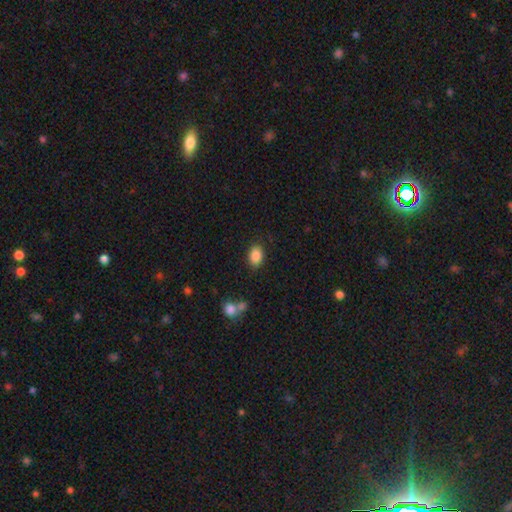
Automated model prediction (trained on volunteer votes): smooth-or-featured: smooth: 86% | star or artifact: 8% | featured or disk: 5%
  how-rounded: in between: 80% | round: 19% | cigar-shaped: 1%
  merging: none: 83% | minor disturbance: 12% | major disturbance: 3% | merger: 2%